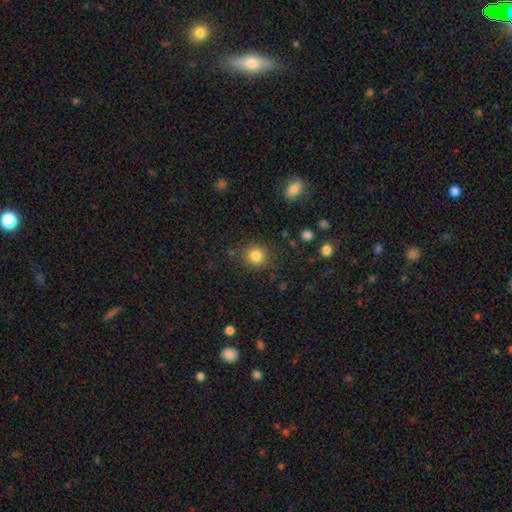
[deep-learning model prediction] smooth-or-featured: smooth: 83% | star or artifact: 11% | featured or disk: 6%
  how-rounded: round: 89% | in between: 10% | cigar-shaped: 1%
  merging: none: 87% | minor disturbance: 8% | major disturbance: 3% | merger: 2%